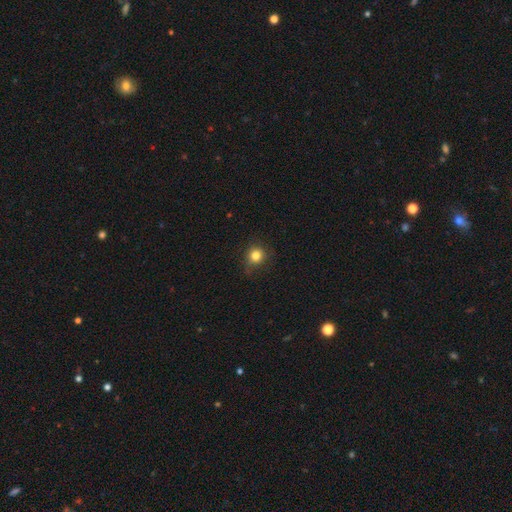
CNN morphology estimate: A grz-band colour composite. It shows a smooth galaxy with no disk features (82%) that is round (87%). Merging: none (78%).